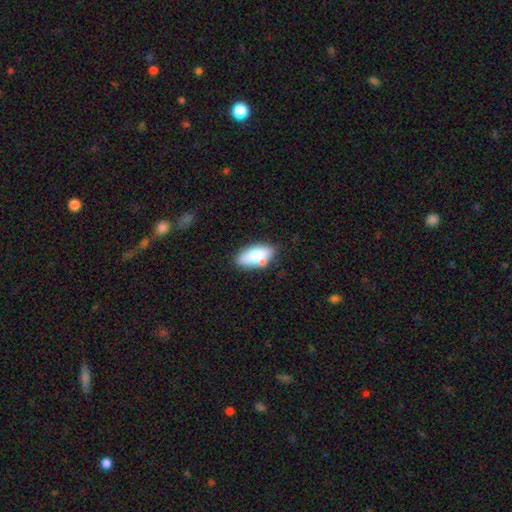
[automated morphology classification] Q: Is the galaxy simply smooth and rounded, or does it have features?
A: smooth — 67%.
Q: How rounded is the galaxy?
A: in between — 86%.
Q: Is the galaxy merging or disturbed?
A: none — 71%.